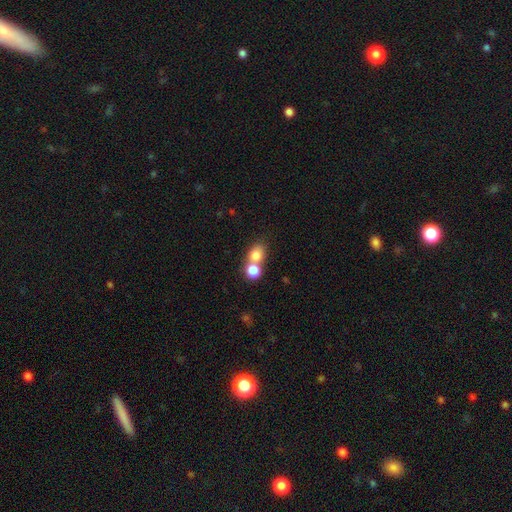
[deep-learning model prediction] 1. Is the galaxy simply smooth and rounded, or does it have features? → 78% smooth, 12% star or artifact, 11% featured or disk.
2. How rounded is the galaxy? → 58% round, 41% in between, 1% cigar-shaped.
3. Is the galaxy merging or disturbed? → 50% merger, 39% none, 7% minor disturbance, 3% major disturbance.